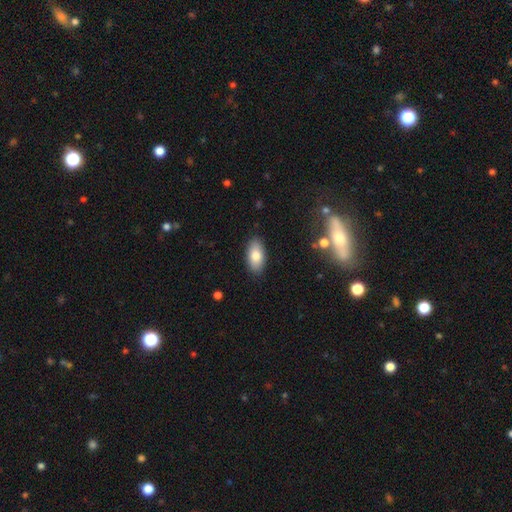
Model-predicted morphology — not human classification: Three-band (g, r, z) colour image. It shows a smooth galaxy with no disk features (80%) that is in between round and cigar-shaped (92%). Merging: none (88%).